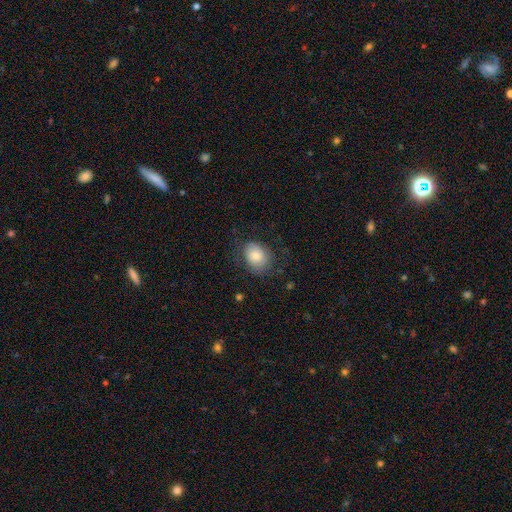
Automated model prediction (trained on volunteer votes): This appears to be a smooth galaxy with no disk features (75%) that is in between round and cigar-shaped (58%). Merging: none (66%).